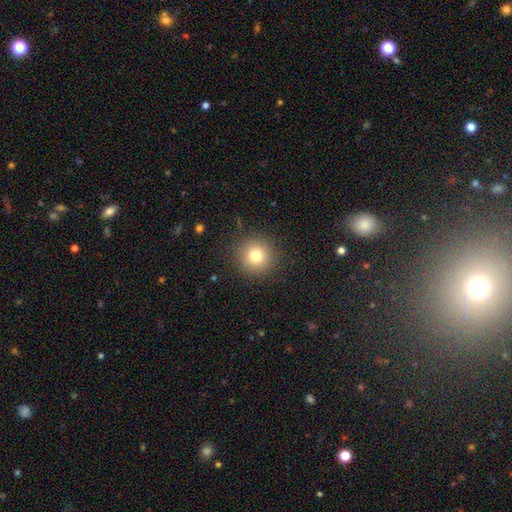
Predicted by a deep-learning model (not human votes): smooth 78%, star or artifact 13%, featured or disk 9%. Down the decision tree: how rounded — round (95%); merging — none (90%).